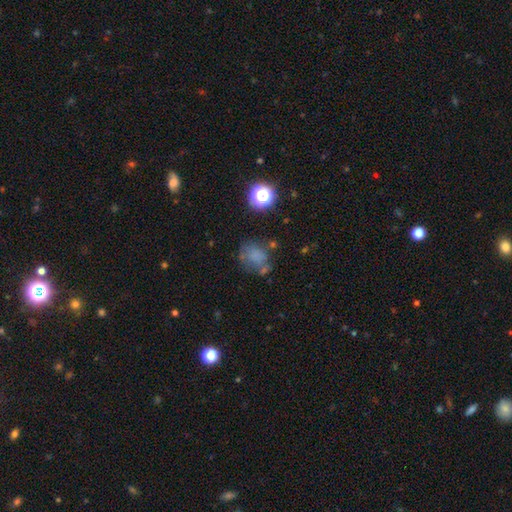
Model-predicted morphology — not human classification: This is possibly a smooth galaxy (60%). How rounded: possibly round (55%). Merging: possibly none (49%).